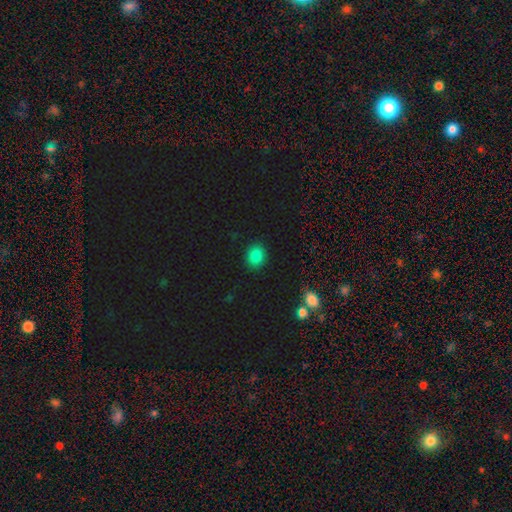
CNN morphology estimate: Smooth or featured? smooth (84%)
How rounded? round (64%)
Merging? none (88%)